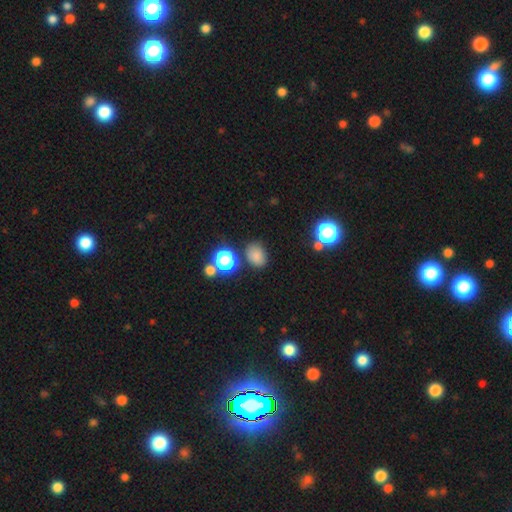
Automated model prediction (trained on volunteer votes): Smooth or featured? Predicted: smooth (p=0.79). How rounded? Predicted: in between (p=0.59). Merging? Predicted: none (p=0.72).